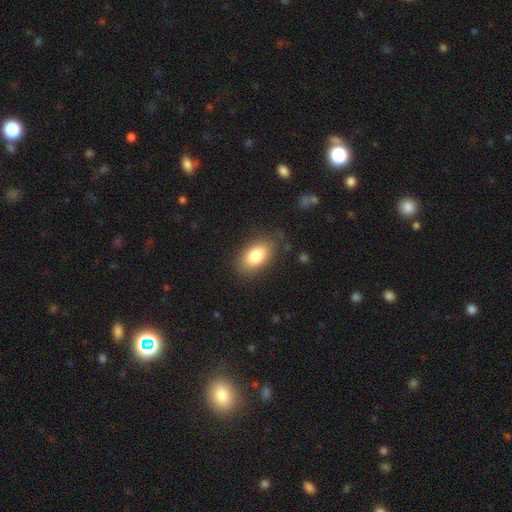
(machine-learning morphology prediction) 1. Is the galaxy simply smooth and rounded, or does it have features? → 82% smooth, 11% featured or disk, 7% star or artifact.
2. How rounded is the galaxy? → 91% in between, 6% round, 3% cigar-shaped.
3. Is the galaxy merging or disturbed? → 82% none, 12% minor disturbance, 4% major disturbance, 1% merger.